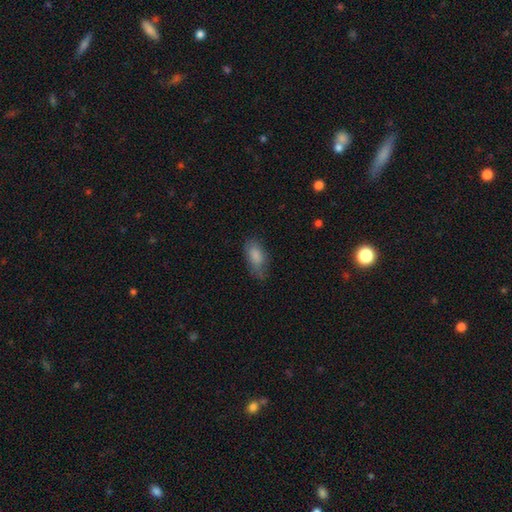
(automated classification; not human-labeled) A smooth galaxy with no disk features (83%) that is in between round and cigar-shaped (88%). Merging: none (59%).